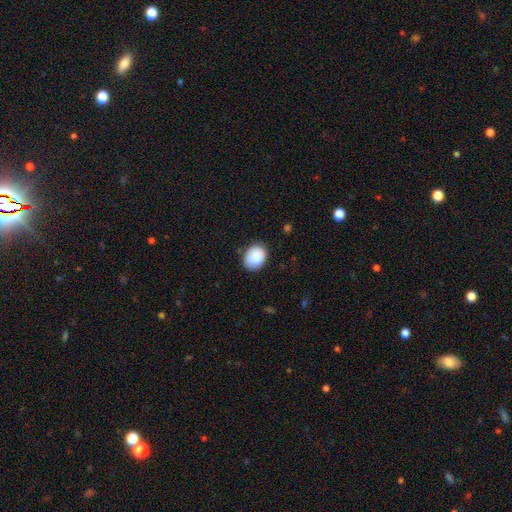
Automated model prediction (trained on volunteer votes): This appears to be a smooth galaxy with no disk features (87%) that is round (50%). Merging: none (80%).